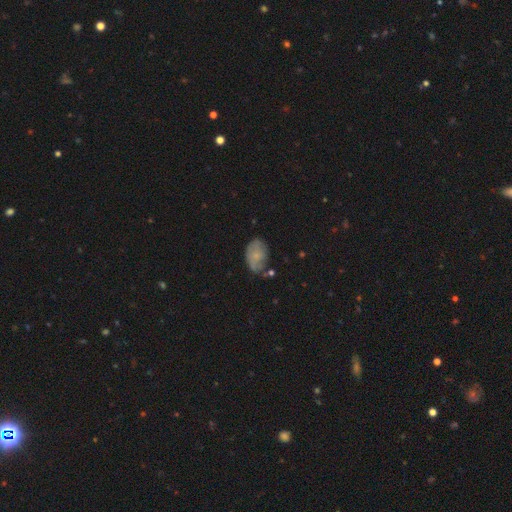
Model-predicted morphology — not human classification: type=smooth (62%); roundness=in between (85%); merging=none (54%).